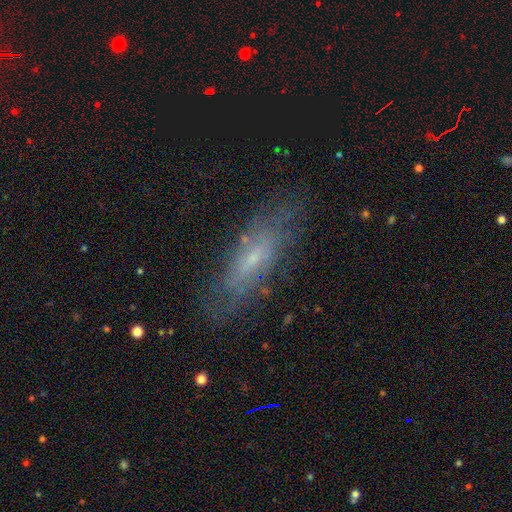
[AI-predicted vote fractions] This is possibly a featured or disk galaxy (56%). It is likely not viewed edge-on (64%). Merging: likely none (79%).